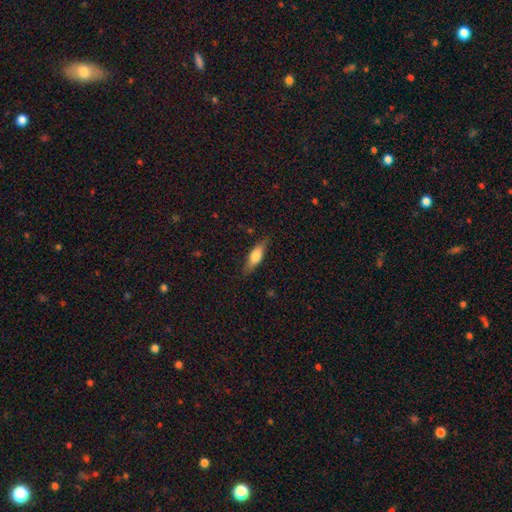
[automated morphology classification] Smooth or featured?
  - smooth: 64% *
  - featured or disk: 30%
  - star or artifact: 6%
How rounded?
  - in between: 53% *
  - cigar-shaped: 44%
  - round: 3%
Merging?
  - none: 80% *
  - minor disturbance: 15%
  - major disturbance: 3%
  - merger: 1%